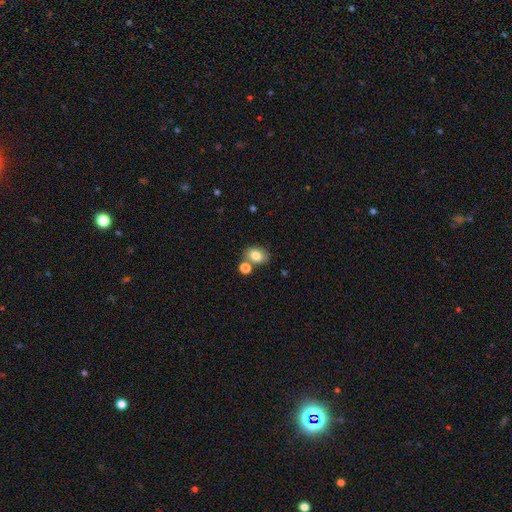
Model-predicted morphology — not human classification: A smooth galaxy with no disk features (79%) that is in between round and cigar-shaped (58%).

Vote fractions:
- Smooth or featured? smooth: 79% / featured or disk: 11% / star or artifact: 10%
- How rounded? in between: 58% / round: 41% / cigar-shaped: 1%
- Merging? none: 61% / merger: 23% / minor disturbance: 13% / major disturbance: 4%